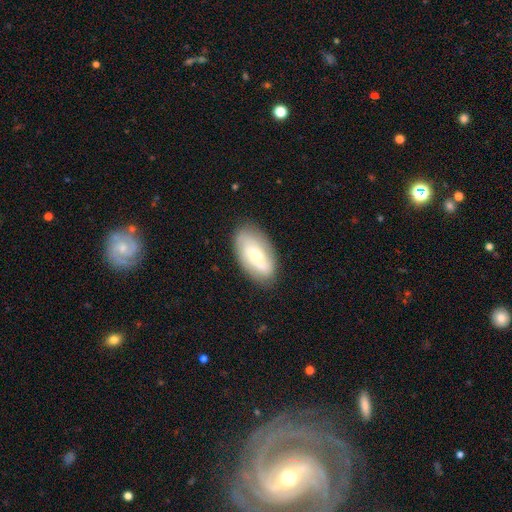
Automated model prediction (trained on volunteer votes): smooth-or-featured: featured or disk: 50% | smooth: 43% | star or artifact: 7%
  merging: none: 82% | minor disturbance: 13% | major disturbance: 4% | merger: 1%